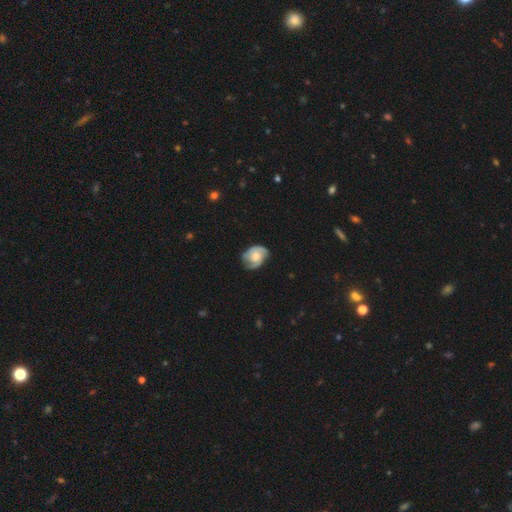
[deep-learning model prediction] This appears to be a featured or disk galaxy (67%) with no bar (73%), 2 (57%) tight (49%) spiral arms (90%) and a moderate central bulge (51%). Merging: none (67%).